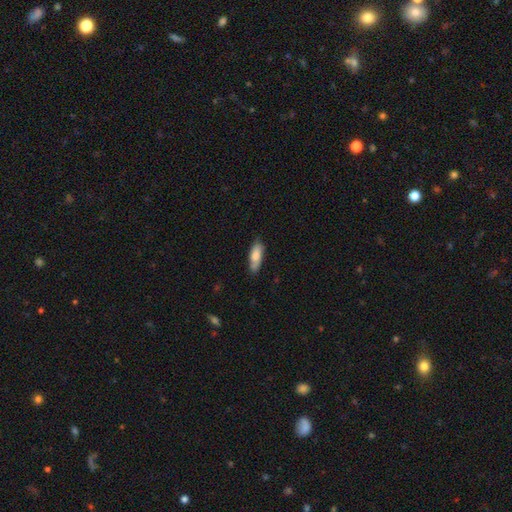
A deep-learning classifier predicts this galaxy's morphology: This is likely a smooth galaxy (79%). How rounded: likely in between (60%). Merging: likely none (80%).